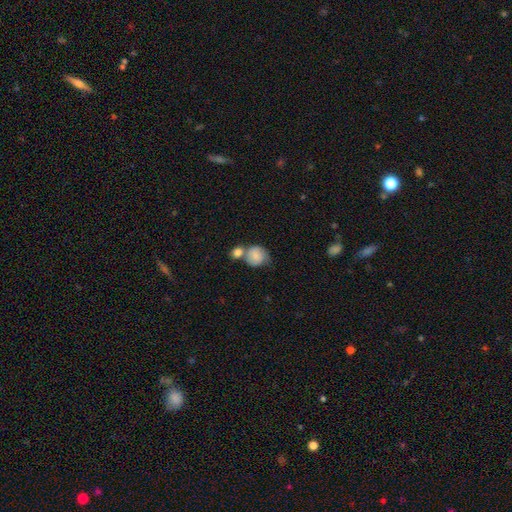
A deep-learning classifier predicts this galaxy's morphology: Q: Smooth or featured?
A: smooth (76%); runner-up: featured or disk (17%)
Q: How rounded?
A: round (74%); runner-up: in between (25%)
Q: Merging?
A: merger (41%); runner-up: none (35%)